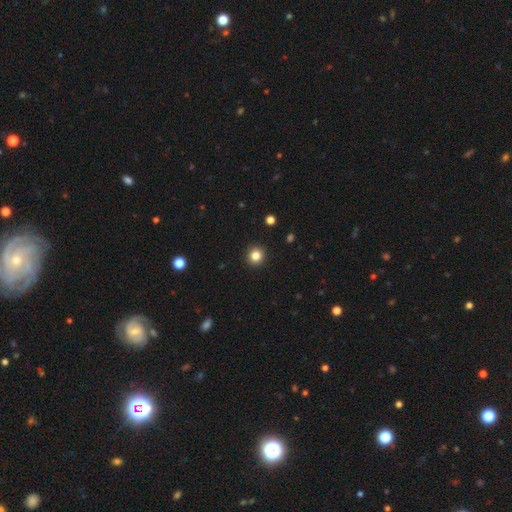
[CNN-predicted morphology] Smooth or featured: smooth — 83% (star or artifact — 12%)
How rounded: round — 93% (in between — 6%)
Merging: none — 93% (minor disturbance — 4%)